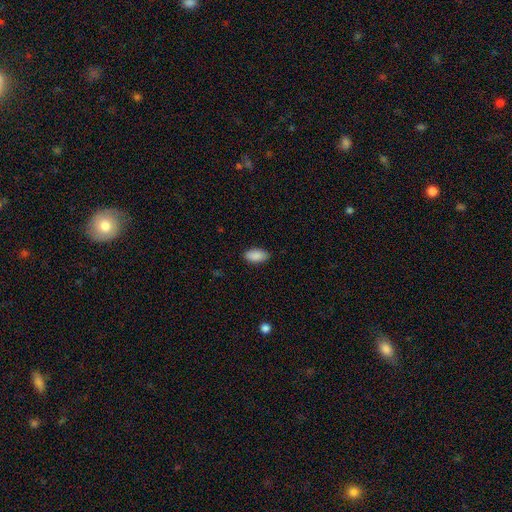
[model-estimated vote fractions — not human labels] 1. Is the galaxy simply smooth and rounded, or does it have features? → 89% smooth, 7% star or artifact, 4% featured or disk.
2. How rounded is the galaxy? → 93% in between, 4% cigar-shaped, 3% round.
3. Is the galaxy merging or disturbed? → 86% none, 11% minor disturbance, 2% major disturbance, 1% merger.